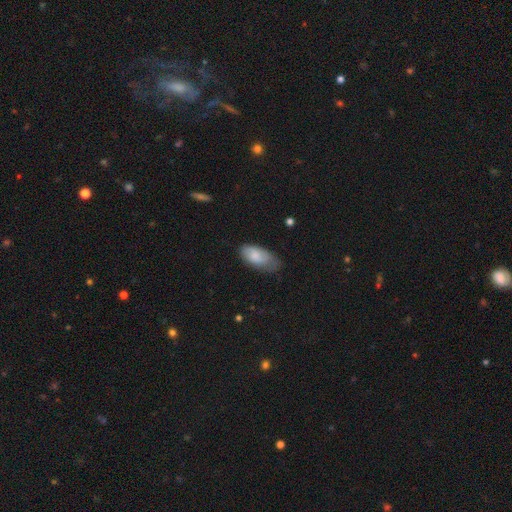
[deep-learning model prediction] This is clearly a smooth galaxy (80%). How rounded: clearly in between (92%). Merging: possibly none (47%).